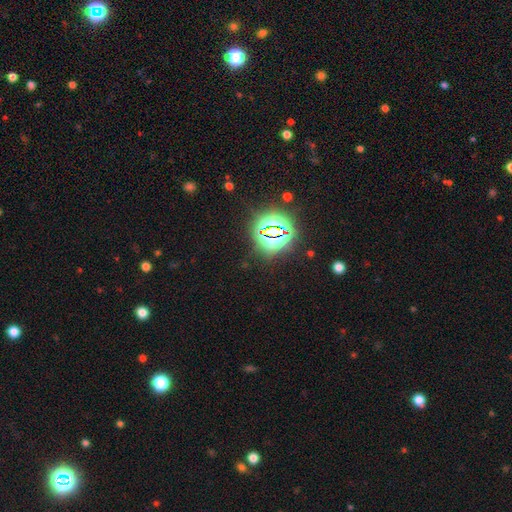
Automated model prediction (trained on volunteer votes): Smooth or featured: star or artifact — 80% (smooth — 13%)